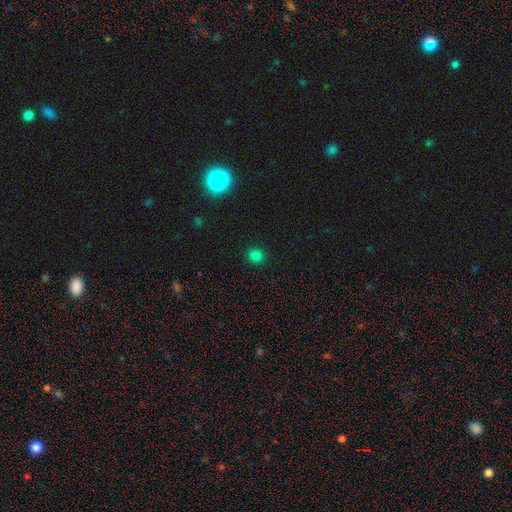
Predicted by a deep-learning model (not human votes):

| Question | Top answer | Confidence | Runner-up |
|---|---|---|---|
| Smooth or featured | smooth | 79% | star or artifact (17%) |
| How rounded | round | 88% | in between (11%) |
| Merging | none | 92% | minor disturbance (5%) |